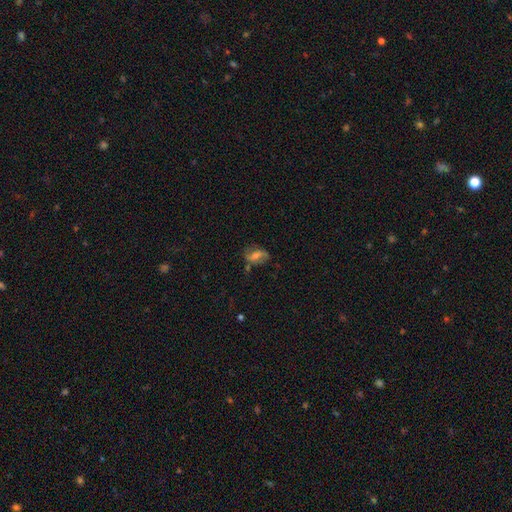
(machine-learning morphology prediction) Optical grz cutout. It shows a featured or disk galaxy (44%). Merging: none (65%).